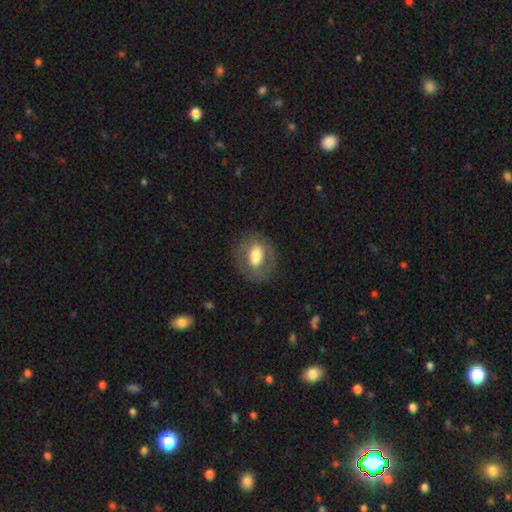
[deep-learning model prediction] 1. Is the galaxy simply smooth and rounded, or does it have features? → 56% smooth, 36% featured or disk, 8% star or artifact.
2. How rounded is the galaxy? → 57% in between, 42% round, 2% cigar-shaped.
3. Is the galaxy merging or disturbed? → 78% none, 13% minor disturbance, 7% major disturbance, 1% merger.